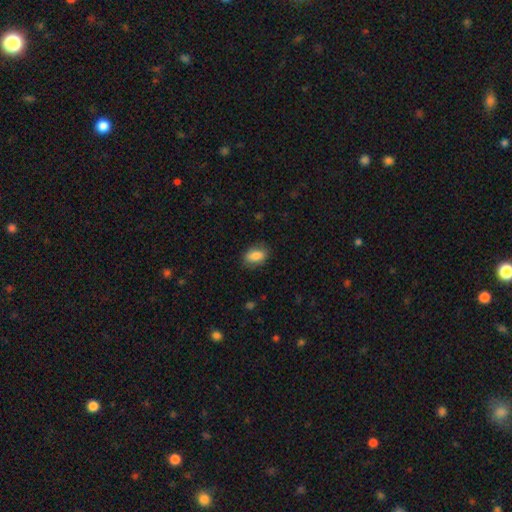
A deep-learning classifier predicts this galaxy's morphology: type=smooth (85%); roundness=in between (87%); merging=none (83%).